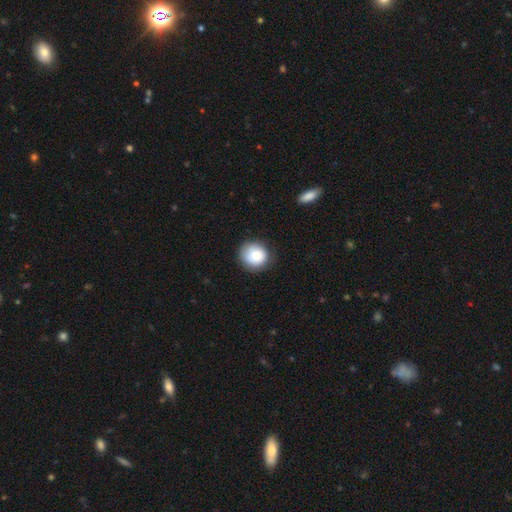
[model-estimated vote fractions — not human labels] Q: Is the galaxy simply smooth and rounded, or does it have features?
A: smooth — 82%.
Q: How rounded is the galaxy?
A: round — 89%.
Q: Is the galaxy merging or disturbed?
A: none — 81%.